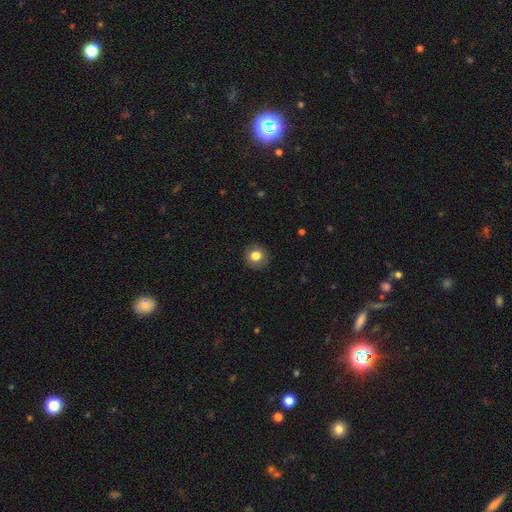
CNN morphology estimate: This appears to be a smooth galaxy with no disk features (81%) that is round (87%). Merging: none (90%).